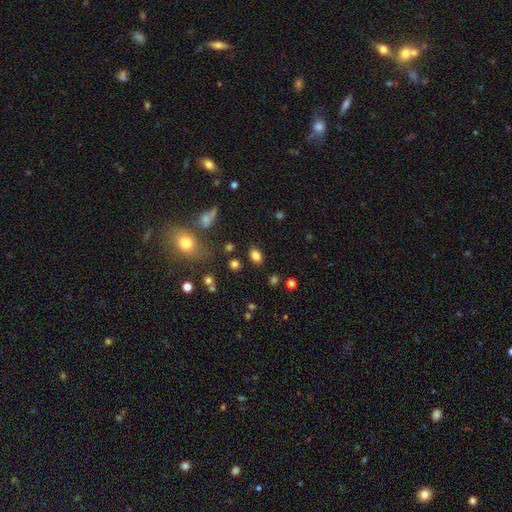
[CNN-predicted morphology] Smooth or featured? smooth (82%)
How rounded? in between (83%)
Merging? none (83%)